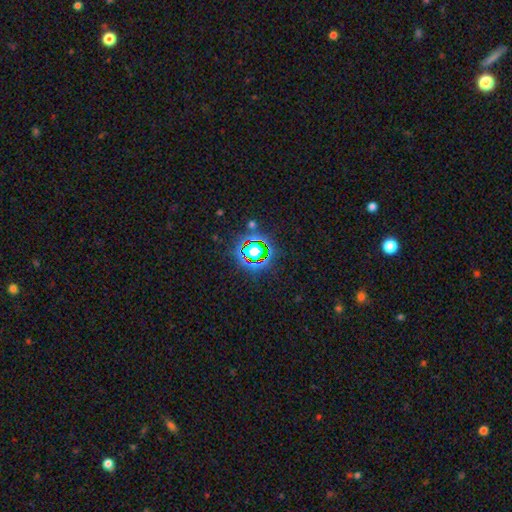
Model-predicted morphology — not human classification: This appears to be a star or artifact, not a galaxy (78%).